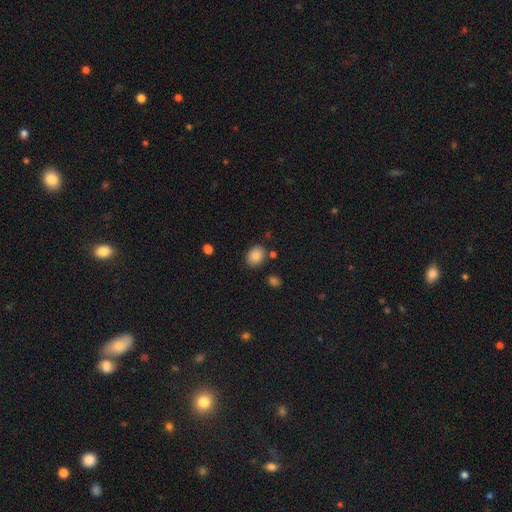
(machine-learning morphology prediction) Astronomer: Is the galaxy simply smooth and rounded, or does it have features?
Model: smooth — 85%.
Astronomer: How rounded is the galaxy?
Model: in between — 53% (runner-up: round, 46%).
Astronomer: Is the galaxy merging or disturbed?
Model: none — 81%.